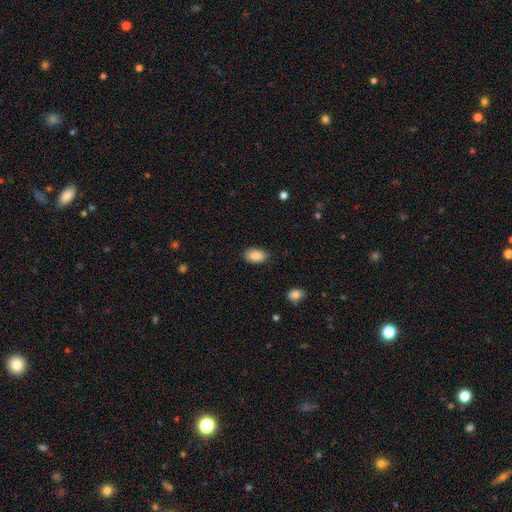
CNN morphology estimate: A smooth galaxy with no disk features (88%) that is in between round and cigar-shaped (92%).

Vote fractions:
- Smooth or featured? smooth: 88% / star or artifact: 7% / featured or disk: 5%
- How rounded? in between: 92% / round: 6% / cigar-shaped: 2%
- Merging? none: 87% / minor disturbance: 10% / major disturbance: 2% / merger: 1%